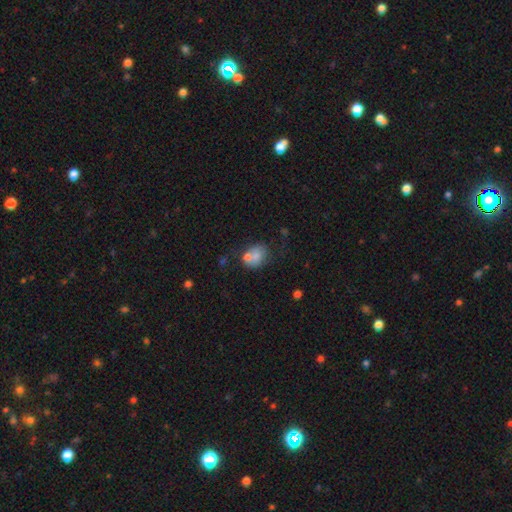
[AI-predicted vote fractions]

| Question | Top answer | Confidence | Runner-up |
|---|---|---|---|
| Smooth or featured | smooth | 71% | featured or disk (19%) |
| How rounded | in between | 52% | round (47%) |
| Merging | none | 42% | merger (32%) |